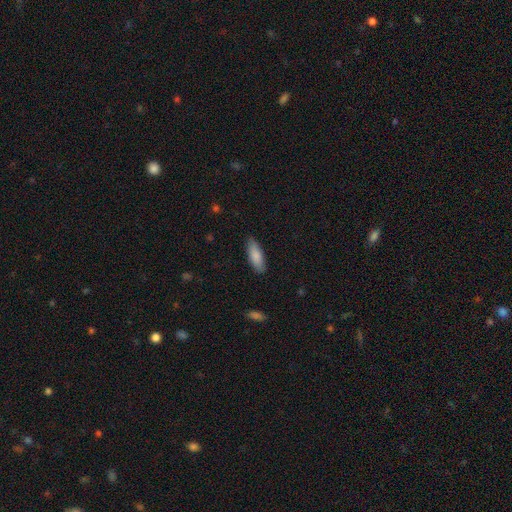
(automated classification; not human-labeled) smooth-or-featured: smooth: 85% | featured or disk: 9% | star or artifact: 6%
  how-rounded: in between: 63% | cigar-shaped: 35% | round: 2%
  merging: none: 86% | minor disturbance: 11% | major disturbance: 2% | merger: 1%